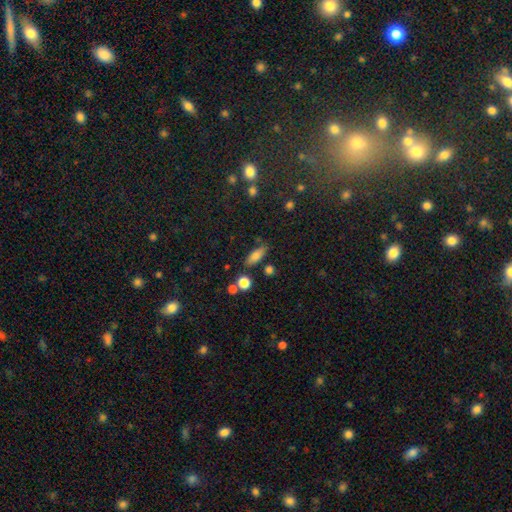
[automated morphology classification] Smooth or featured? Predicted: smooth (p=0.78). How rounded? Predicted: in between (p=0.71). Merging? Predicted: none (p=0.75).